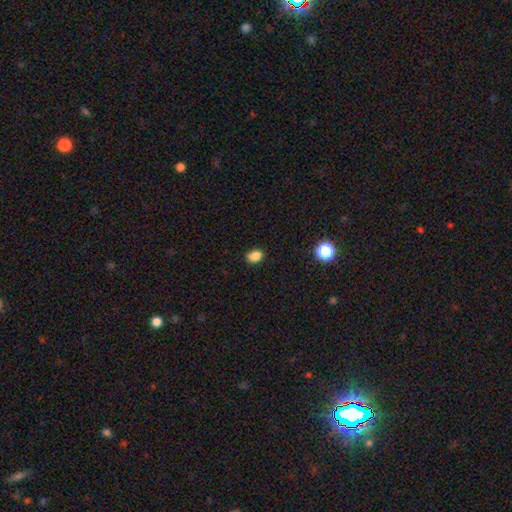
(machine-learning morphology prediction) The model was most divided on "how rounded": in between: 63%, round: 36%, cigar-shaped: 1%. More confident: smooth or featured — smooth (84%); merging — none (83%).